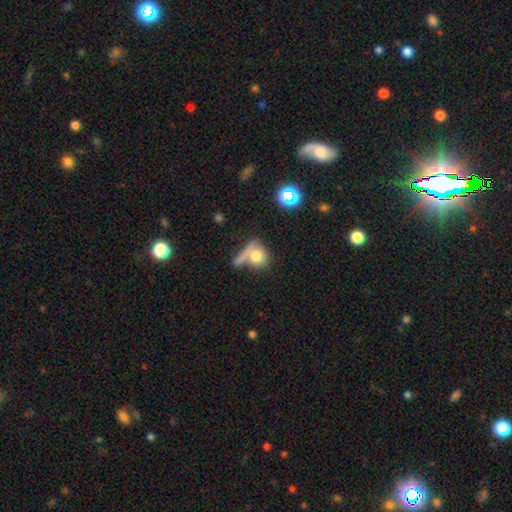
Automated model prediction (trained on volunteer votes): smooth-or-featured: smooth: 73% | featured or disk: 16% | star or artifact: 11%
  how-rounded: round: 69% | in between: 25% | cigar-shaped: 6%
  merging: none: 43% | merger: 31% | minor disturbance: 13% | major disturbance: 13%